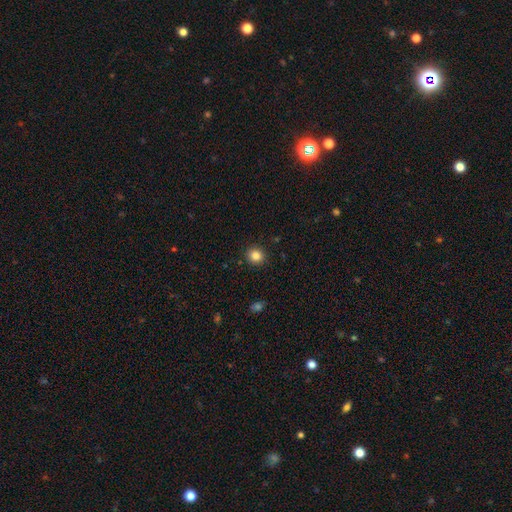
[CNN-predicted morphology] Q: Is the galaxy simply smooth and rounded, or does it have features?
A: smooth — 85%.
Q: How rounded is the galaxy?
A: round — 83%.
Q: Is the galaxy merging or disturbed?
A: none — 91%.